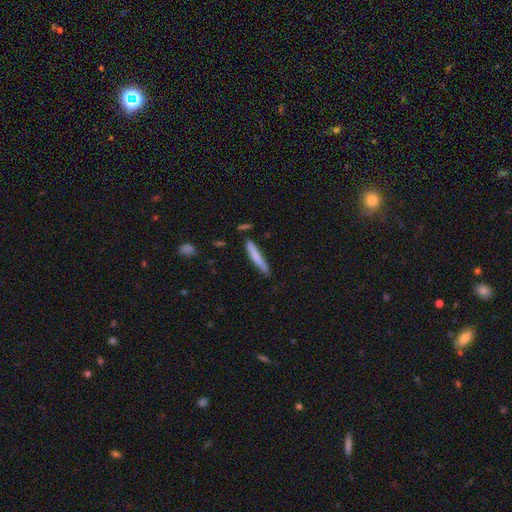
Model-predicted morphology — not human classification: Overall: smooth (73%). How rounded: cigar-shaped (94%). Merging: none (75%).